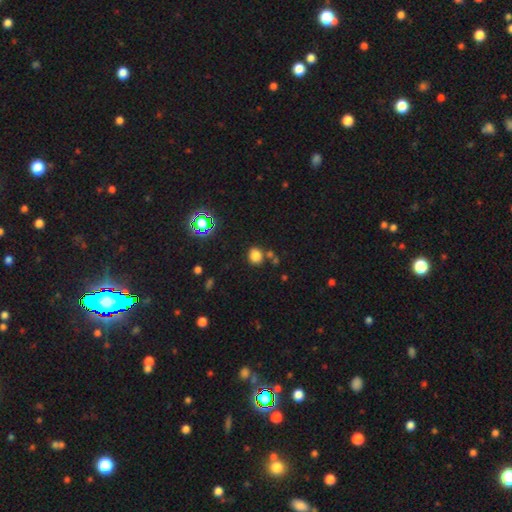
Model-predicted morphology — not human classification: This is likely a smooth galaxy (78%). How rounded: likely round (70%). Merging: likely none (75%).